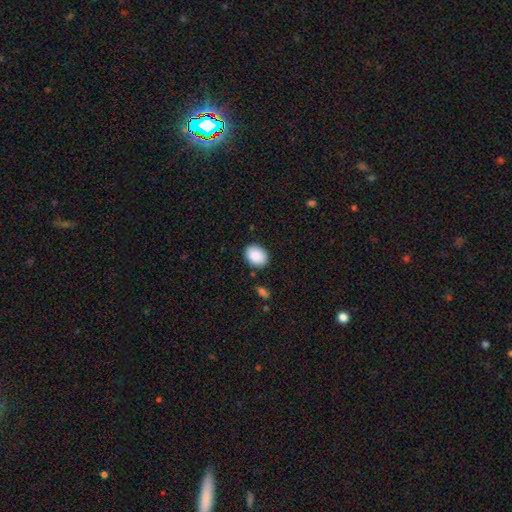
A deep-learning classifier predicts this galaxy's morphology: Smooth or featured? Predicted: smooth (p=0.90). How rounded? Predicted: in between (p=0.71). Merging? Predicted: none (p=0.86).